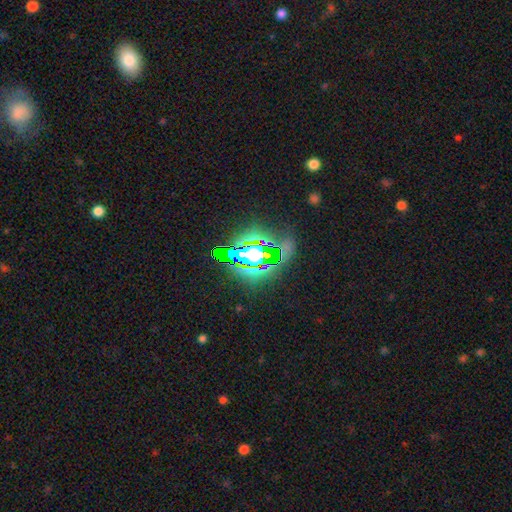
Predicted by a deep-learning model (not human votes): Smooth or featured? star or artifact (82%)